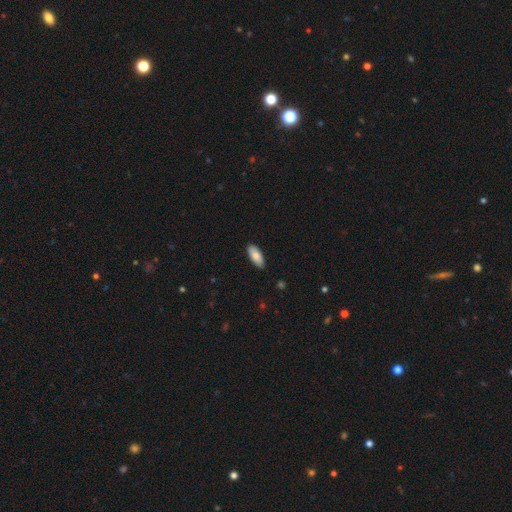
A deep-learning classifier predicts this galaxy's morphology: A smooth galaxy with no disk features (84%) that is in between round and cigar-shaped (85%). Merging: none (88%).